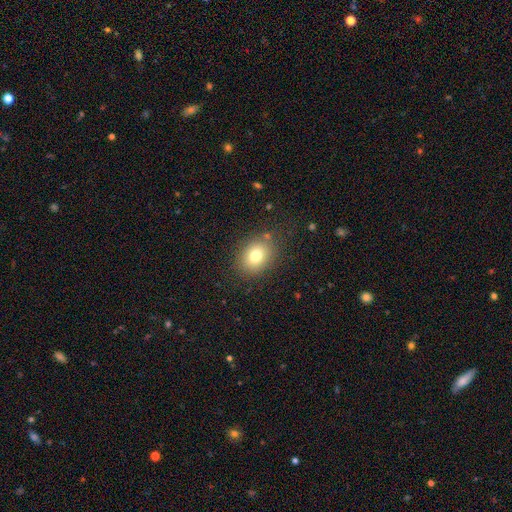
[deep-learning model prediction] A smooth galaxy with no disk features (77%) that is in between round and cigar-shaped (57%).

Vote fractions:
- Smooth or featured? smooth: 77% / star or artifact: 12% / featured or disk: 12%
- How rounded? in between: 57% / round: 42% / cigar-shaped: 1%
- Merging? none: 81% / minor disturbance: 12% / major disturbance: 4% / merger: 2%